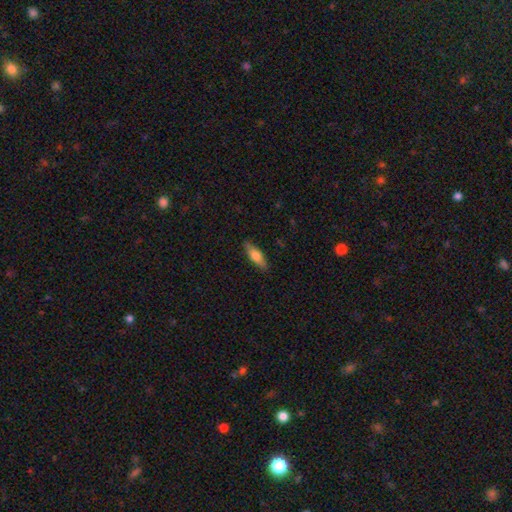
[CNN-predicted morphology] A smooth galaxy with no disk features (68%) that is cigar-shaped (50%). Merging: none (87%).